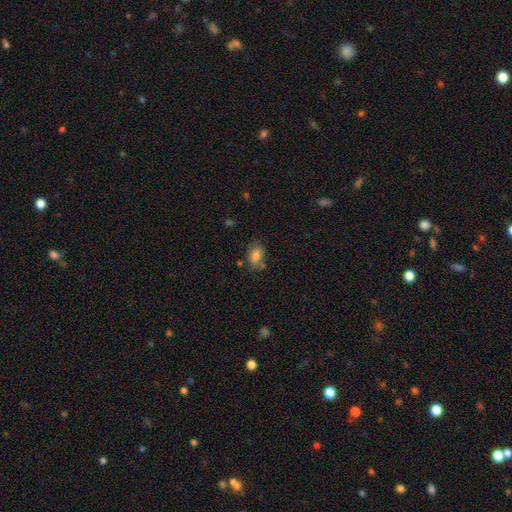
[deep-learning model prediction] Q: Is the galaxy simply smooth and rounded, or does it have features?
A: smooth — 82%.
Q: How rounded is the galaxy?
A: in between — 86%.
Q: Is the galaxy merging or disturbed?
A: none — 65%.